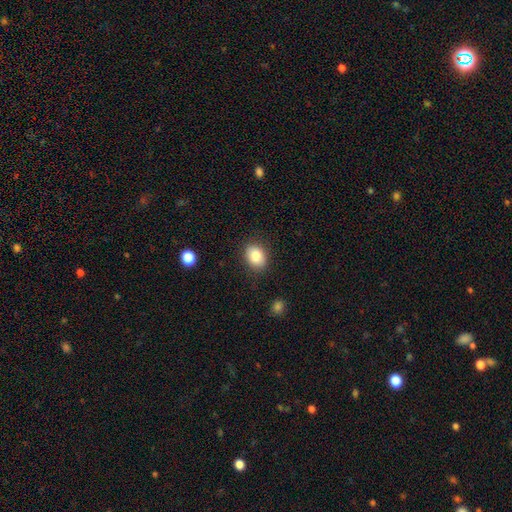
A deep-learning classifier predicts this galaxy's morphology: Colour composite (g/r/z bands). It shows a smooth galaxy with no disk features (84%) that is in between round and cigar-shaped (60%). Merging: none (85%).